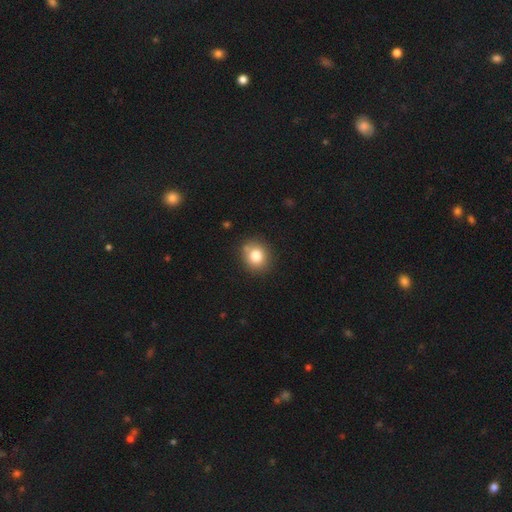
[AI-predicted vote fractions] This is clearly a smooth galaxy (81%). How rounded: likely round (73%). Merging: likely none (80%).